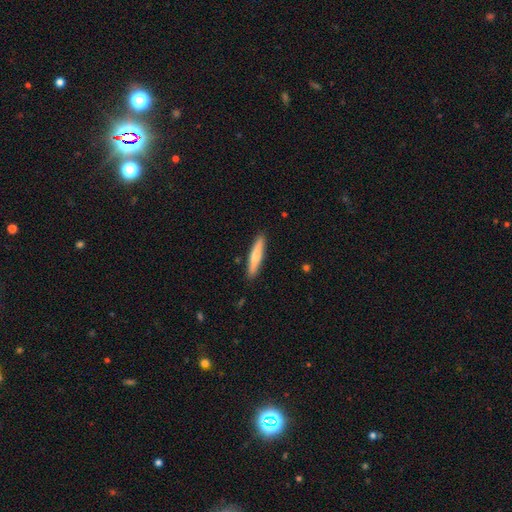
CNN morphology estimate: The model was most divided on "smooth or featured": smooth: 67%, featured or disk: 28%, star or artifact: 5%. More confident: merging — none (89%); how rounded — cigar-shaped (89%).